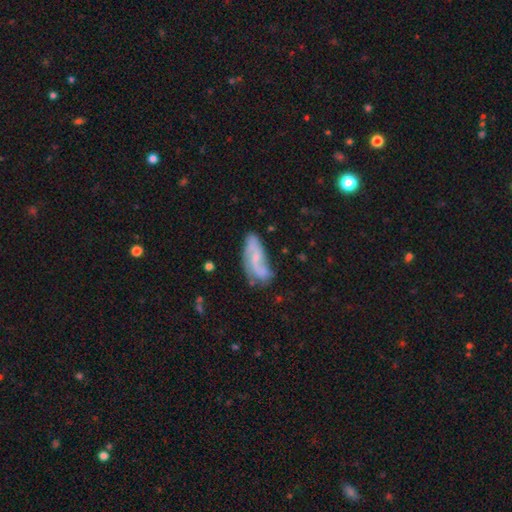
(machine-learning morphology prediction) Smooth or featured? featured or disk (61%)
Edge-on disk? no (90%)
Bar? no (52%)
Spiral arms? yes (84%)
Bulge size? small (55%)
Merging? none (54%)